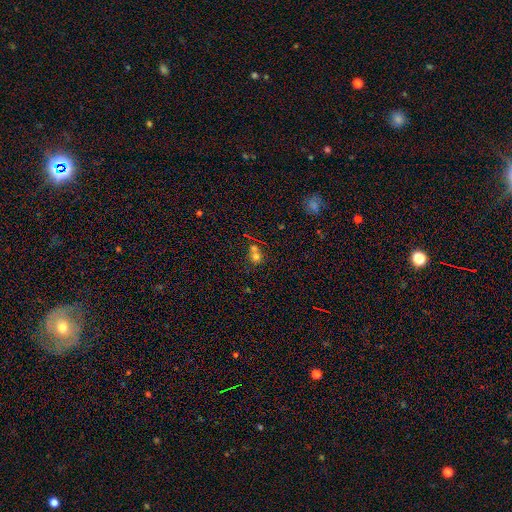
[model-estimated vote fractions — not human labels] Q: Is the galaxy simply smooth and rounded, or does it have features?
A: smooth — 67%.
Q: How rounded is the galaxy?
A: round — 81%.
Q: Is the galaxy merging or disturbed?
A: merger — 49%.